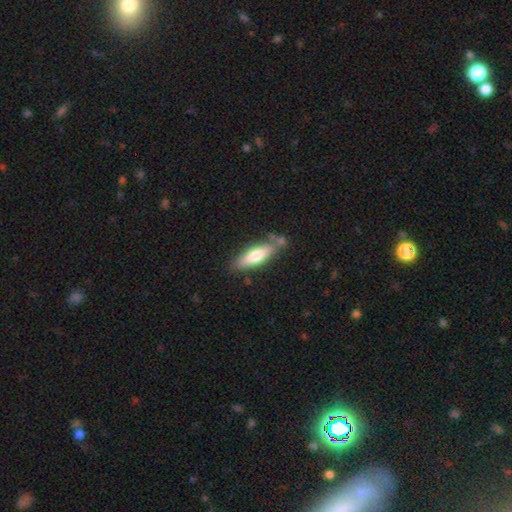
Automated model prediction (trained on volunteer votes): smooth-or-featured: smooth: 62% | featured or disk: 32% | star or artifact: 6%
  how-rounded: cigar-shaped: 54% | in between: 44% | round: 2%
  merging: none: 66% | minor disturbance: 19% | merger: 10% | major disturbance: 5%